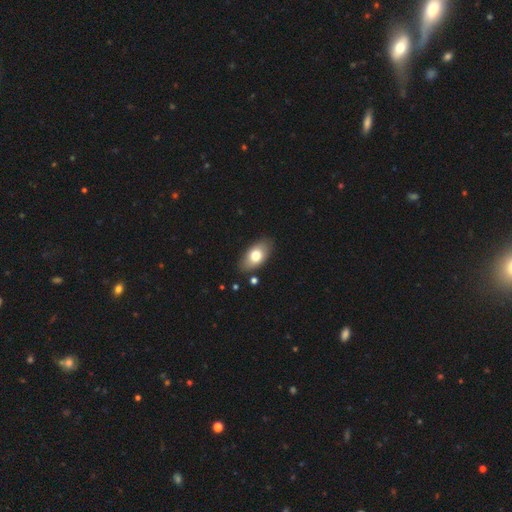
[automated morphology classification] smooth_or_featured: smooth (p=0.73) [alt: featured or disk p=0.20]
how_rounded: in between (p=0.92) [alt: round p=0.05]
merging: none (p=0.84) [alt: minor disturbance p=0.11]